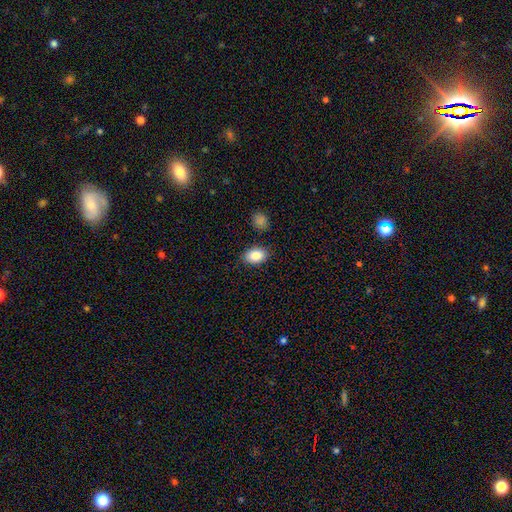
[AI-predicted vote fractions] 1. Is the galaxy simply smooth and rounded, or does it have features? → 86% smooth, 7% star or artifact, 7% featured or disk.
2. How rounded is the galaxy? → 86% in between, 13% round, 1% cigar-shaped.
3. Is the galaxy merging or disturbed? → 86% none, 9% minor disturbance, 3% merger, 2% major disturbance.